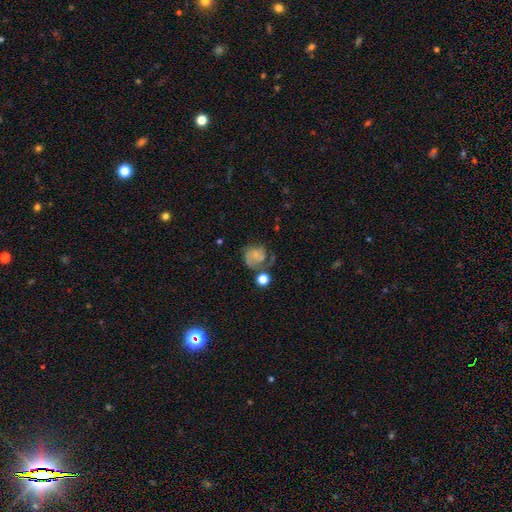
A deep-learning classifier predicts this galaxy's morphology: smooth-or-featured: featured or disk: 56% | smooth: 34% | star or artifact: 10%
  disk-edge-on: no: 98% | yes: 2%
    bar: no: 72% | weak: 24% | strong: 4%
    has-spiral-arms: yes: 82% | no: 18%
    bulge-size: small: 41% | none: 35% | moderate: 17% | large: 4% | dominant: 2%
  merging: none: 39% | major disturbance: 27% | minor disturbance: 23% | merger: 11%